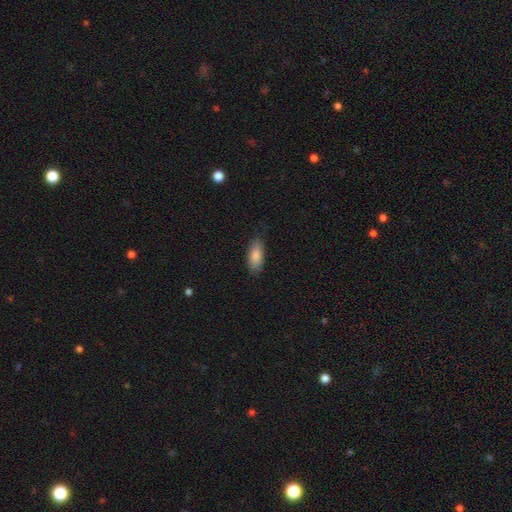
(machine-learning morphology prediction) This is clearly a smooth galaxy (86%). How rounded: clearly in between (85%). Merging: clearly none (82%).